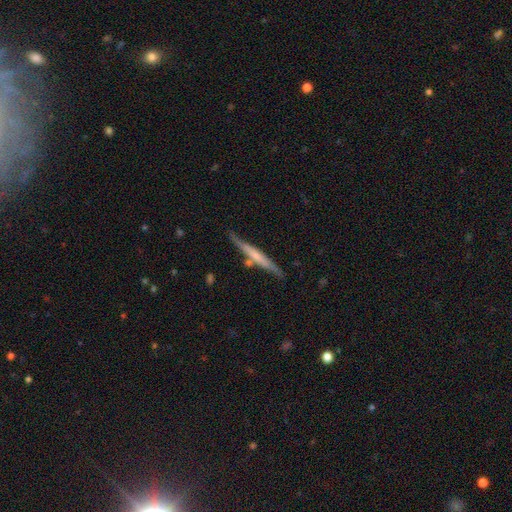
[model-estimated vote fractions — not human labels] smooth_or_featured: featured or disk (p=0.54) [alt: smooth p=0.40]
disk_edge_on: yes (p=0.94) [alt: no p=0.06]
edge_on_bulge: none (p=0.52) [alt: rounded p=0.35]
merging: none (p=0.73) [alt: minor disturbance p=0.16]